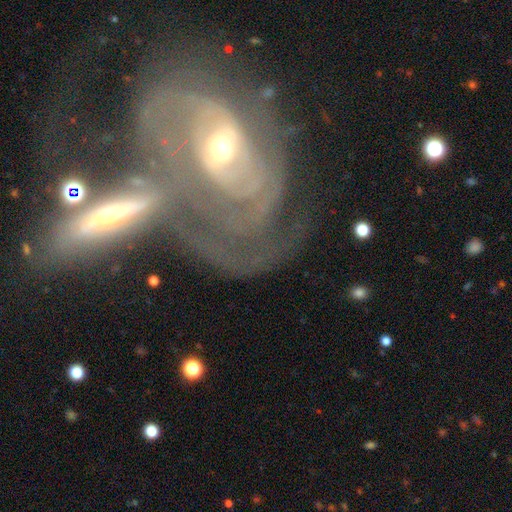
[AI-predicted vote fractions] A featured or disk galaxy (80%) with no bar (55%), tight (55%) spiral arms (81%) and a moderate central bulge (54%). Merging: merger (48%).